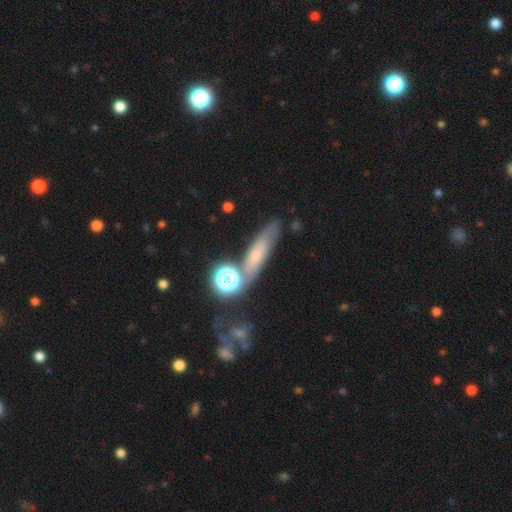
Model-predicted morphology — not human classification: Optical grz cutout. It shows a smooth galaxy with no disk features (55%) that is cigar-shaped (56%). Merging: none (66%).